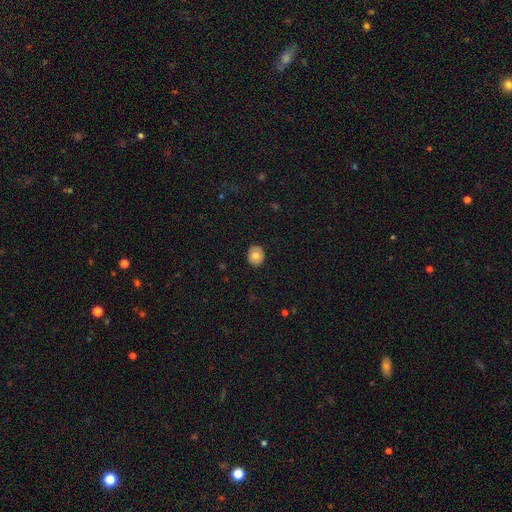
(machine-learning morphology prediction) smooth_or_featured: smooth (p=0.72) [alt: featured or disk p=0.20]
how_rounded: round (p=0.68) [alt: in between p=0.31]
merging: none (p=0.87) [alt: minor disturbance p=0.10]